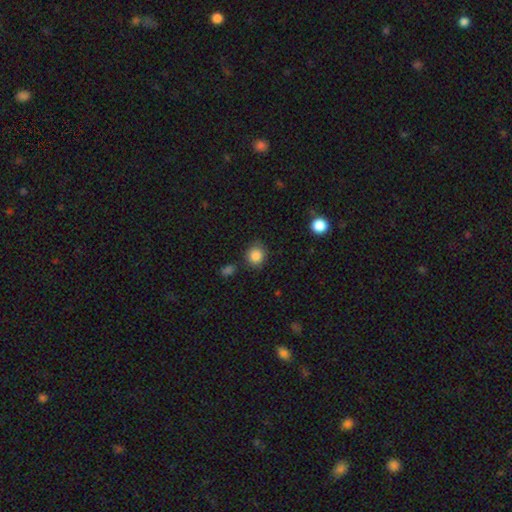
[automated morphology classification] A smooth galaxy with no disk features (87%) that is round (80%). Merging: none (79%).